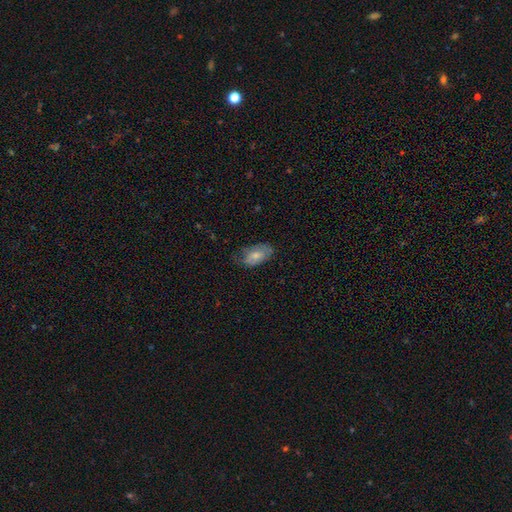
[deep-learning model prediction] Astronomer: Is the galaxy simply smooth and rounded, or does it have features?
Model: smooth — 71%.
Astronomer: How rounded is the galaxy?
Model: in between — 93%.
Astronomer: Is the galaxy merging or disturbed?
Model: none — 57%.